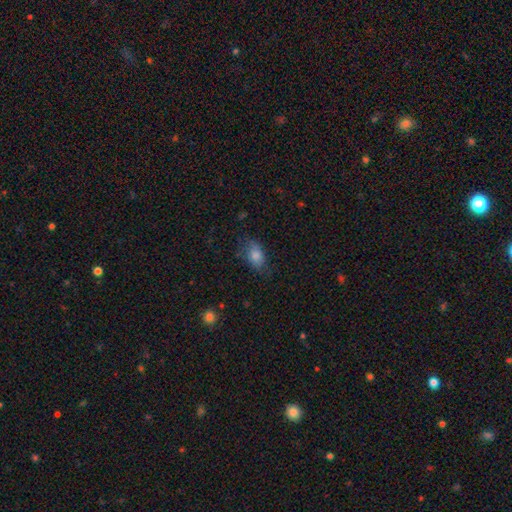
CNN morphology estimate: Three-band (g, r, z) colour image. It shows a smooth galaxy with no disk features (79%) that is in between round and cigar-shaped (85%). Merging: none (63%).